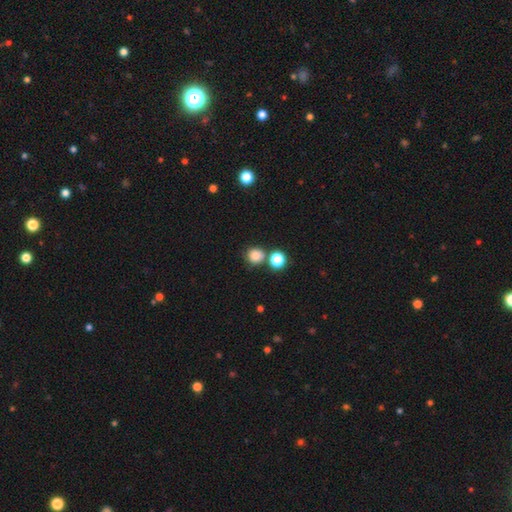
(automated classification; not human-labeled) This appears to be a smooth galaxy with no disk features (82%) that is round (89%). Merging: none (67%).